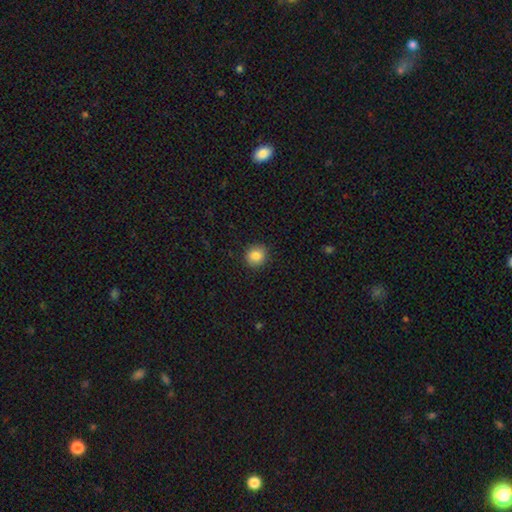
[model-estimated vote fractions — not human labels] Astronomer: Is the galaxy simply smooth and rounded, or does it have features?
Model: smooth — 85%.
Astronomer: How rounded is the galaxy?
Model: round — 87%.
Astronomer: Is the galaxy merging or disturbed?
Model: none — 90%.